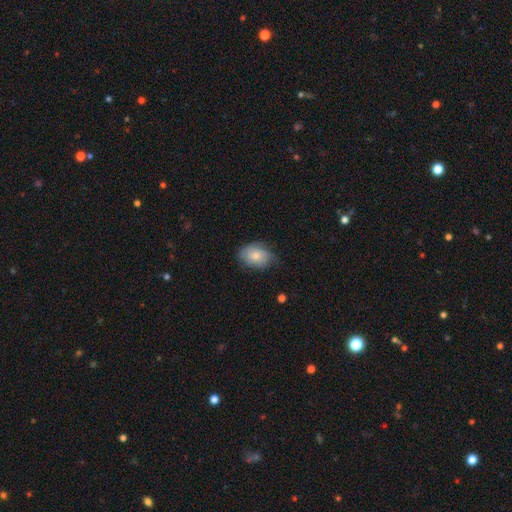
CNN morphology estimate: Smooth or featured? smooth (71%)
How rounded? in between (75%)
Merging? none (63%)